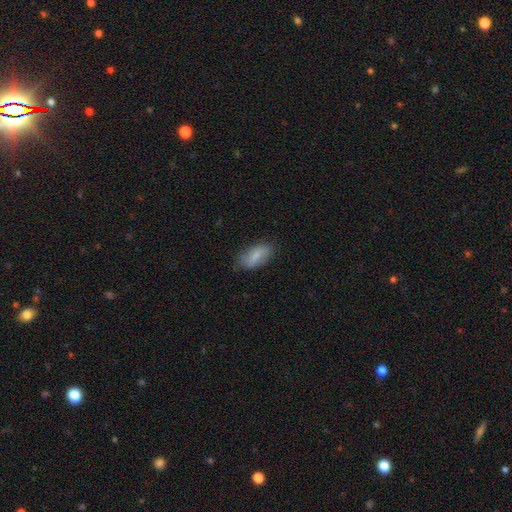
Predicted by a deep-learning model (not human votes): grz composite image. It shows a smooth galaxy with no disk features (74%) that is in between round and cigar-shaped (87%). Merging: none (78%).